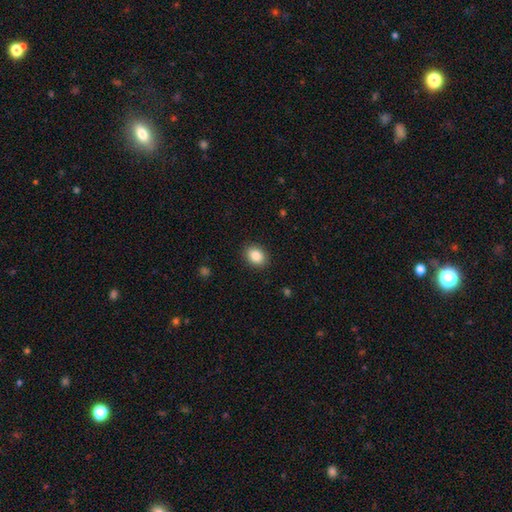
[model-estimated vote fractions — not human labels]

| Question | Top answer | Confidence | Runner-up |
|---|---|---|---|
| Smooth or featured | smooth | 87% | star or artifact (8%) |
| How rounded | in between | 60% | round (39%) |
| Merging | none | 89% | minor disturbance (8%) |